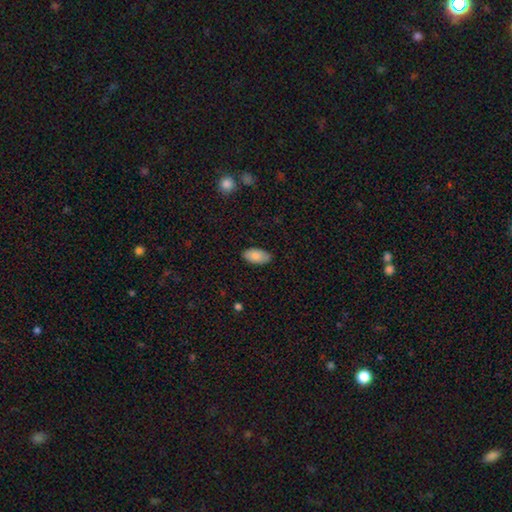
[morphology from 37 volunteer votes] This is clearly a smooth galaxy (84%). How rounded: clearly in between (100%). Merging: likely none (74%).